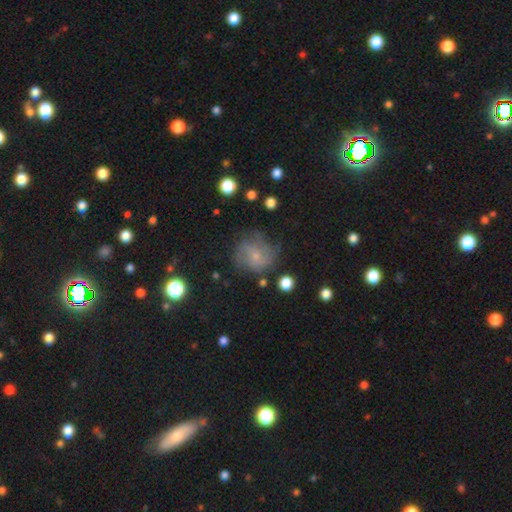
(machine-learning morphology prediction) Smooth or featured? Predicted: featured or disk (p=0.49). Merging? Predicted: none (p=0.64).